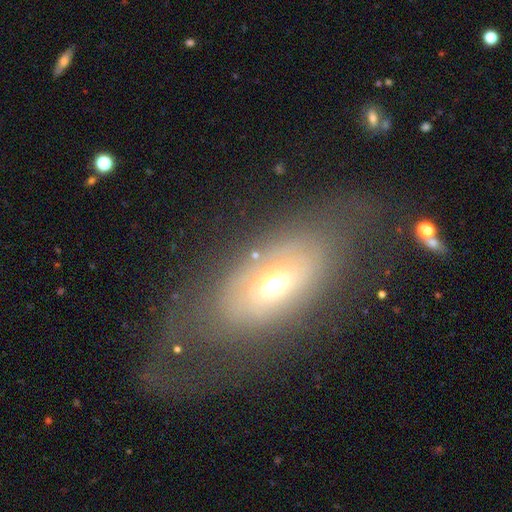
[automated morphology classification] Smooth or featured: featured or disk — 47% (smooth — 40%)
Merging: none — 62% (minor disturbance — 20%)